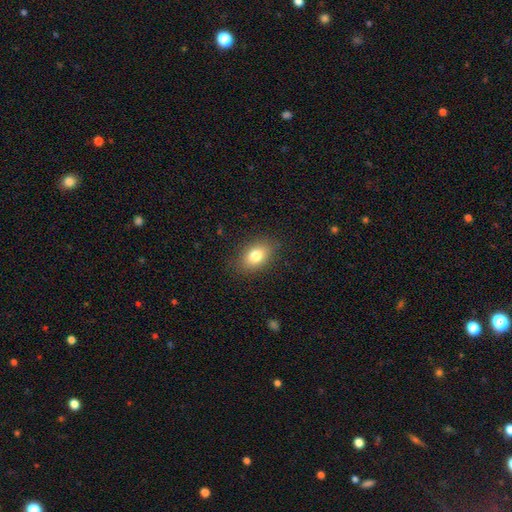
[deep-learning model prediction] Q: Smooth or featured?
A: smooth (81%); runner-up: featured or disk (10%)
Q: How rounded?
A: in between (83%); runner-up: round (15%)
Q: Merging?
A: none (86%); runner-up: minor disturbance (10%)